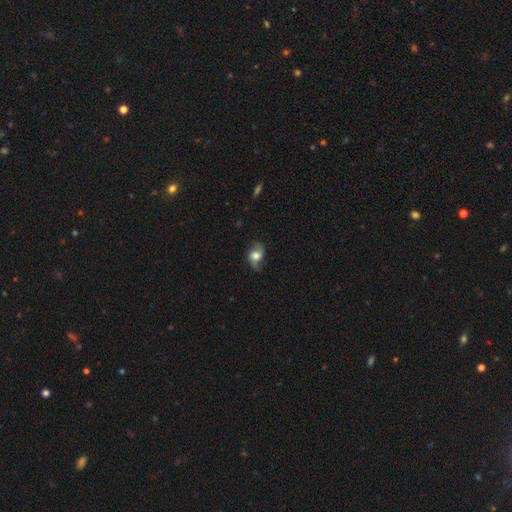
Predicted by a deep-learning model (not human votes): smooth 49%, featured or disk 42%, star or artifact 9%. Down the decision tree: merging — none (56%).